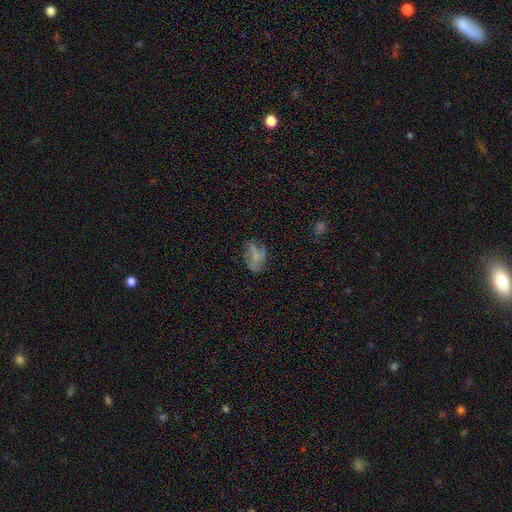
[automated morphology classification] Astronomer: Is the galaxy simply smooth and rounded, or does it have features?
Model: featured or disk — 48% (runner-up: smooth, 39%).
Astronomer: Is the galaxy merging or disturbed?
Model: none — 54%.